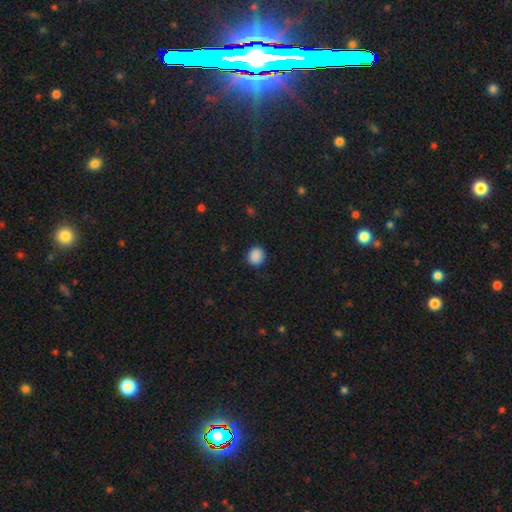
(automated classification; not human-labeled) This appears to be a smooth galaxy with no disk features (89%) that is round (80%). Merging: none (90%).